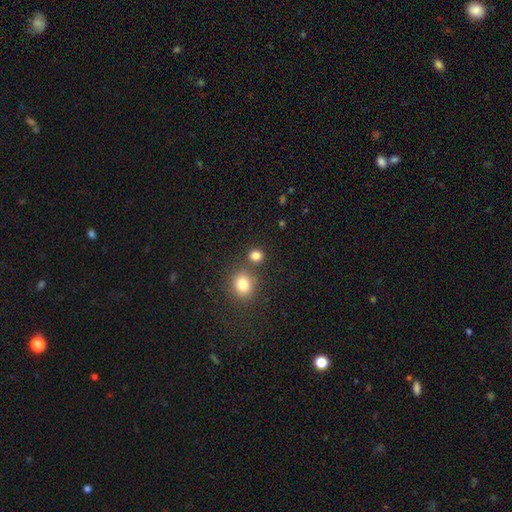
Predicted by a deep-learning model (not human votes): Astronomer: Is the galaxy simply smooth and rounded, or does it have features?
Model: smooth — 81%.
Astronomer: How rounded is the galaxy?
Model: round — 80%.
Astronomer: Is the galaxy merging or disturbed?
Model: none — 75%.